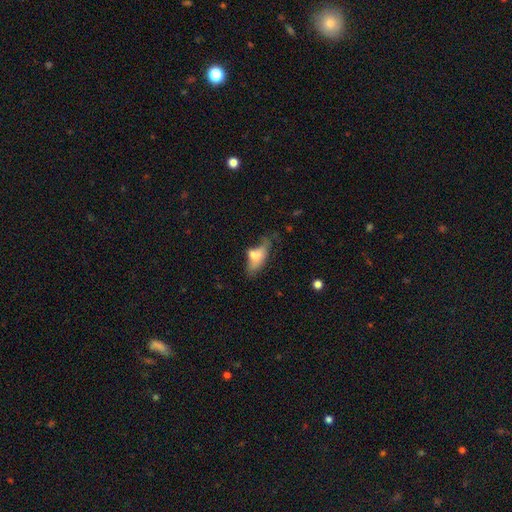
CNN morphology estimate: smooth-or-featured: smooth: 61% | featured or disk: 29% | star or artifact: 10%
  how-rounded: in between: 76% | cigar-shaped: 19% | round: 5%
  merging: none: 29% | merger: 24% | minor disturbance: 24% | major disturbance: 23%